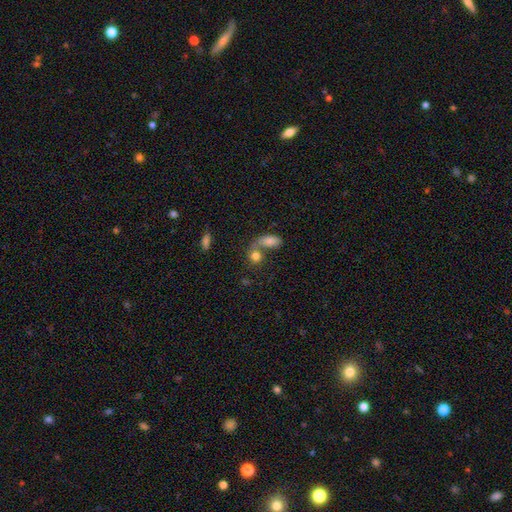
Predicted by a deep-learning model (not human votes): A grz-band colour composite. It shows a smooth galaxy with no disk features (79%) that is round (57%). Merging: merger (45%).